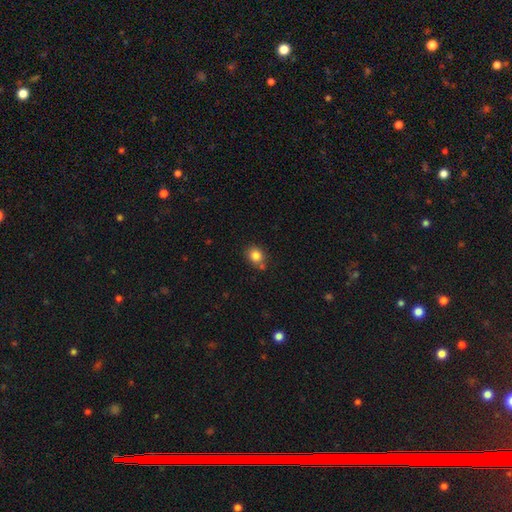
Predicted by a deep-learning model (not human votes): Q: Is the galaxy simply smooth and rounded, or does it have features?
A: smooth — 84%.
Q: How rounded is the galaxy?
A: round — 63%.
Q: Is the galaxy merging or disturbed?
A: none — 70%.